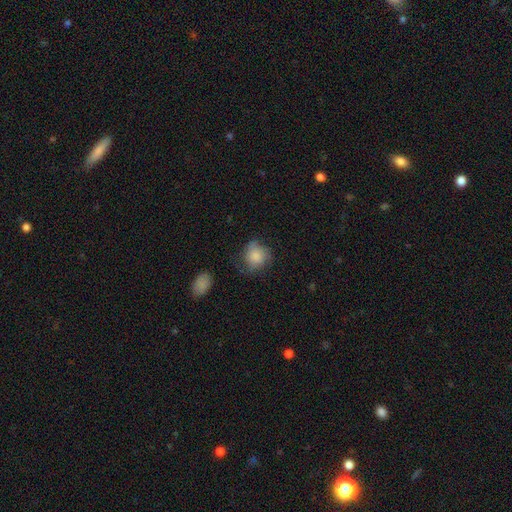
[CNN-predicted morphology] smooth-or-featured: smooth: 79% | featured or disk: 13% | star or artifact: 8%
  how-rounded: round: 78% | in between: 21% | cigar-shaped: 1%
  merging: none: 56% | minor disturbance: 29% | major disturbance: 12% | merger: 3%